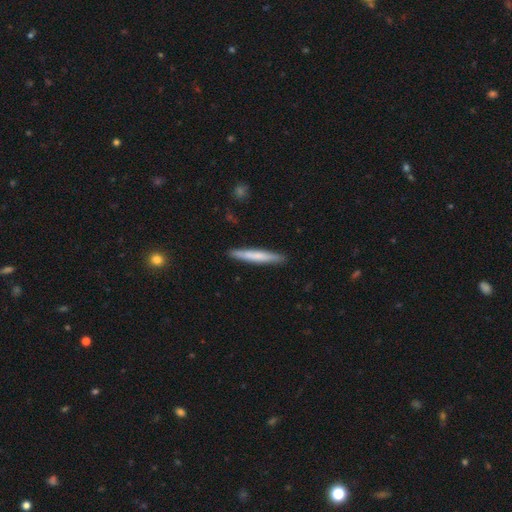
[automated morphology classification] A smooth galaxy with no disk features (64%) that is cigar-shaped (96%).

Vote fractions:
- Smooth or featured? smooth: 64% / featured or disk: 30% / star or artifact: 5%
- How rounded? cigar-shaped: 96% / in between: 3% / round: 1%
- Merging? none: 90% / minor disturbance: 7% / major disturbance: 1% / merger: 1%